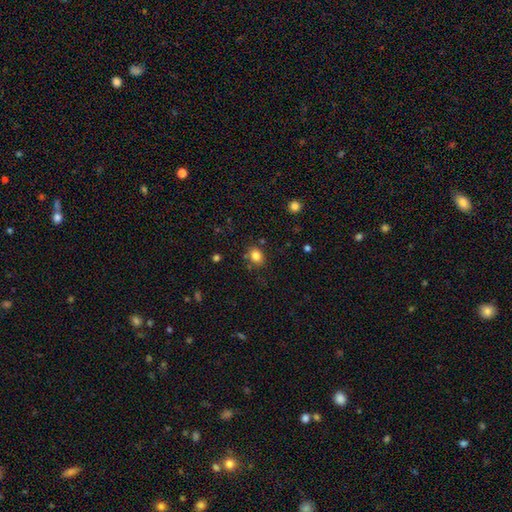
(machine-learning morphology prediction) Smooth or featured? Predicted: smooth (p=0.82). How rounded? Predicted: round (p=0.57). Merging? Predicted: none (p=0.76).